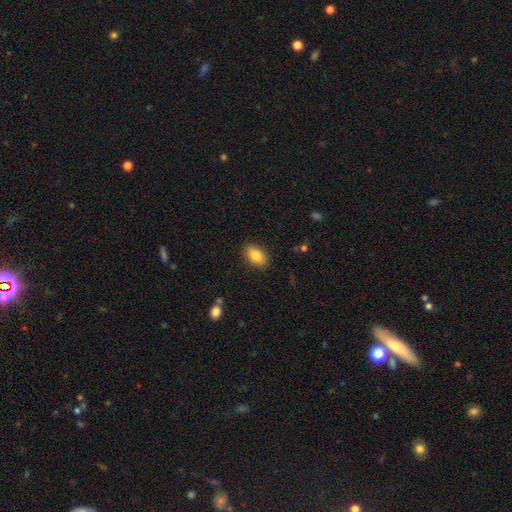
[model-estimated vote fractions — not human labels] Smooth or featured: smooth — 85% (featured or disk — 8%)
How rounded: in between — 91% (round — 5%)
Merging: none — 88% (minor disturbance — 9%)